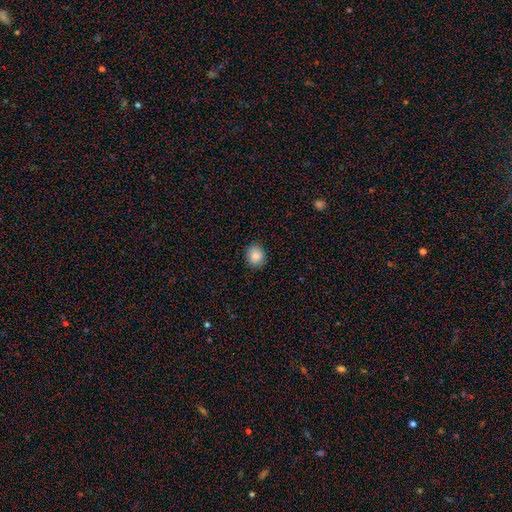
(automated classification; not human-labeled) A smooth galaxy with no disk features (87%) that is round (73%). Merging: none (89%).